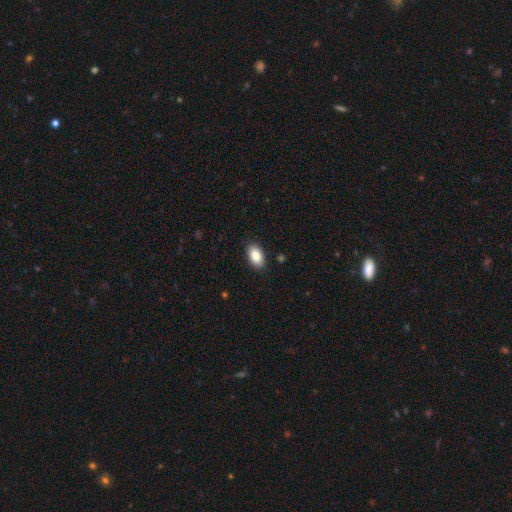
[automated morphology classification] Overall: smooth (88%). How rounded: in between (94%). Merging: none (88%).